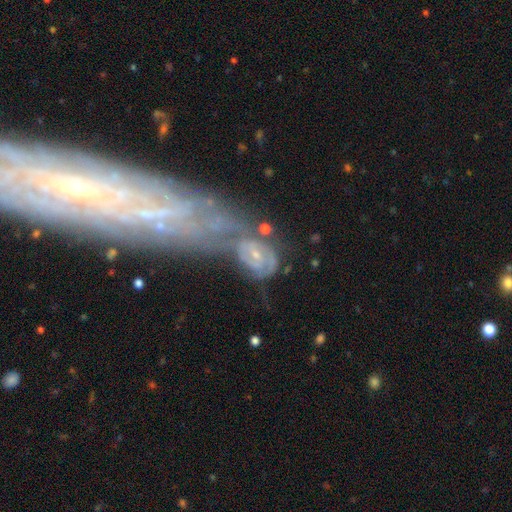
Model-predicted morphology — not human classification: Q: Smooth or featured?
A: featured or disk (75%); runner-up: smooth (17%)
Q: Edge-on disk?
A: no (96%); runner-up: yes (4%)
Q: Bar?
A: no (43%); runner-up: weak (40%)
Q: Spiral arms?
A: yes (82%); runner-up: no (18%)
Q: Spiral winding?
A: tight (65%); runner-up: medium (27%)
Q: Spiral arm count?
A: can't tell (46%); runner-up: 2 (31%)
Q: Bulge size?
A: small (57%); runner-up: moderate (37%)
Q: Merging?
A: merger (48%); runner-up: none (25%)